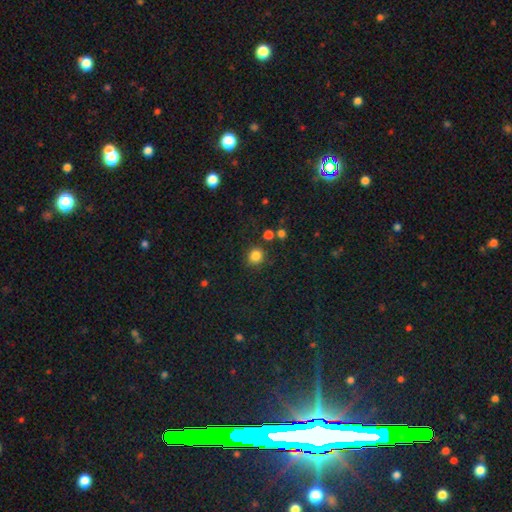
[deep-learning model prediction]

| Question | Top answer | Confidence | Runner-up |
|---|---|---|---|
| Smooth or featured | smooth | 83% | star or artifact (12%) |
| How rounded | round | 85% | in between (14%) |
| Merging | none | 83% | minor disturbance (9%) |